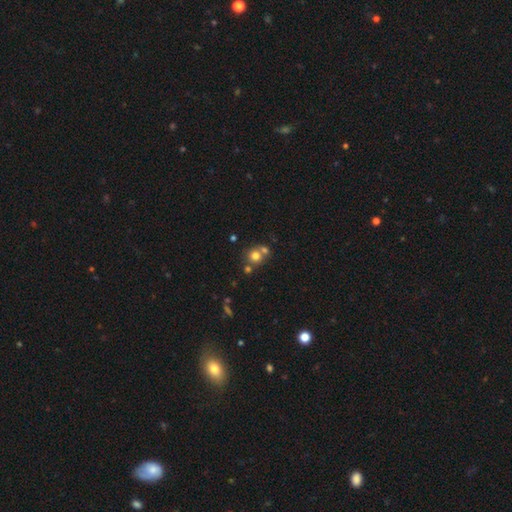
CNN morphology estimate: Smooth or featured?
  - smooth: 73% *
  - star or artifact: 14%
  - featured or disk: 13%
How rounded?
  - round: 86% *
  - in between: 13%
  - cigar-shaped: 1%
Merging?
  - none: 53% *
  - merger: 35%
  - minor disturbance: 8%
  - major disturbance: 3%